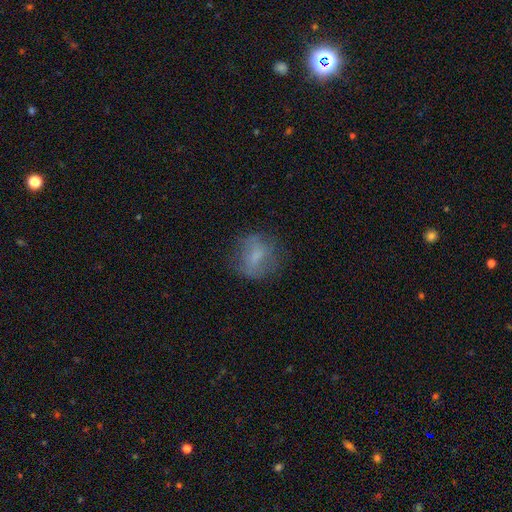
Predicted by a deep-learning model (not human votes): Overall: smooth (59%; featured or disk 29%). How rounded: round (70%). Merging: none (68%).